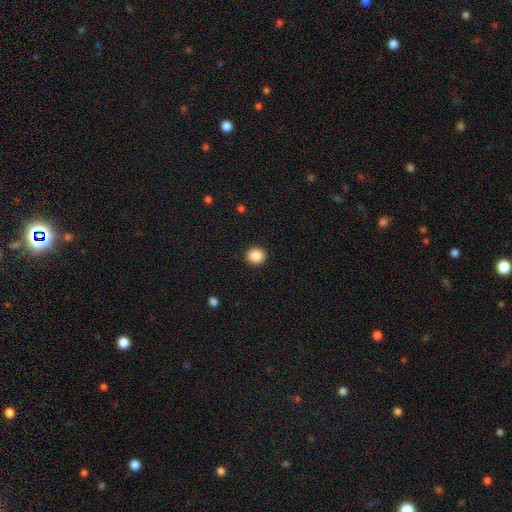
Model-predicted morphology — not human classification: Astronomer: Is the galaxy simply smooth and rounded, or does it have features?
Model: smooth — 89%.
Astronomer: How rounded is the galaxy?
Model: round — 82%.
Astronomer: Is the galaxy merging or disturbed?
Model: none — 91%.